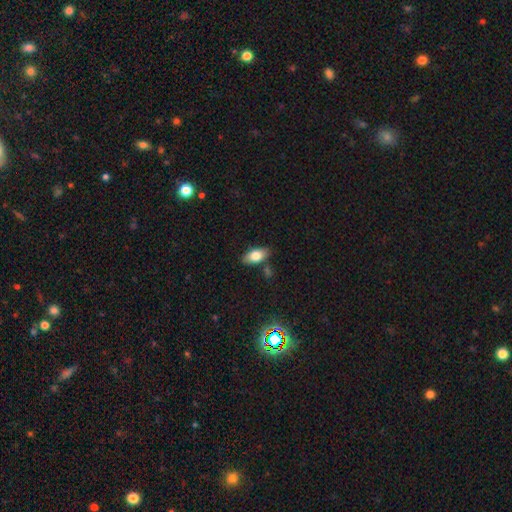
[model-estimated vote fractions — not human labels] The model was most divided on "smooth or featured": smooth: 77%, featured or disk: 15%, star or artifact: 8%. More confident: how rounded — in between (89%); merging — none (79%).